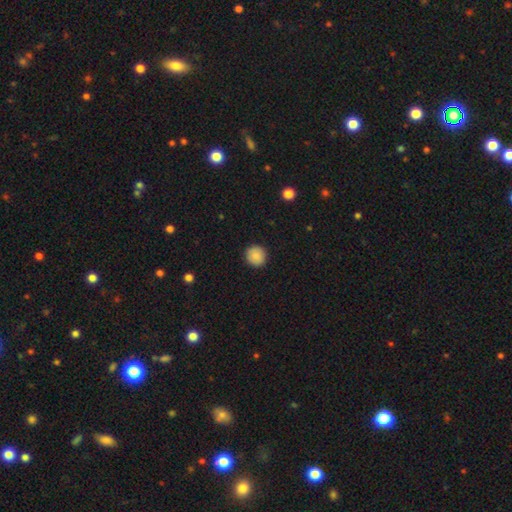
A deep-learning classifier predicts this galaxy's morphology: smooth 86%, star or artifact 8%, featured or disk 6%. Down the decision tree: how rounded — round (94%); merging — none (92%).